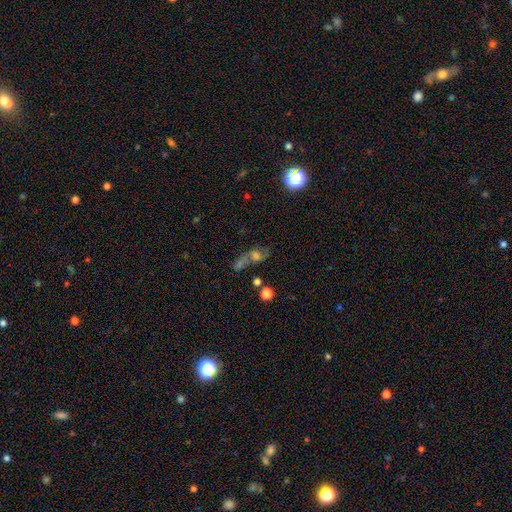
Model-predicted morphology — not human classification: smooth_or_featured: featured or disk (p=0.41) [alt: smooth p=0.37]
merging: none (p=0.36) [alt: merger p=0.32]